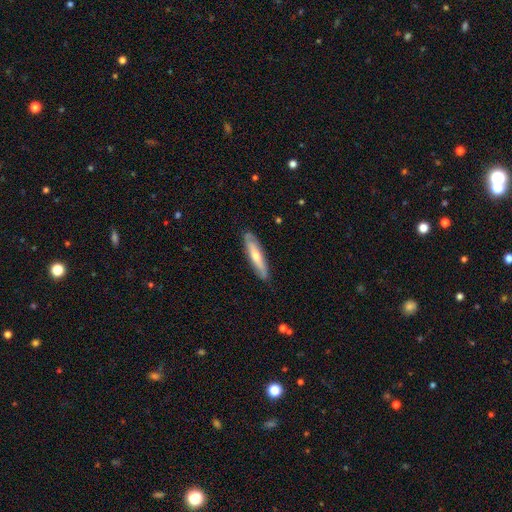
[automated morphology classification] Smooth or featured: featured or disk — 47% (tied with smooth — 47%)
Merging: none — 84% (minor disturbance — 12%)